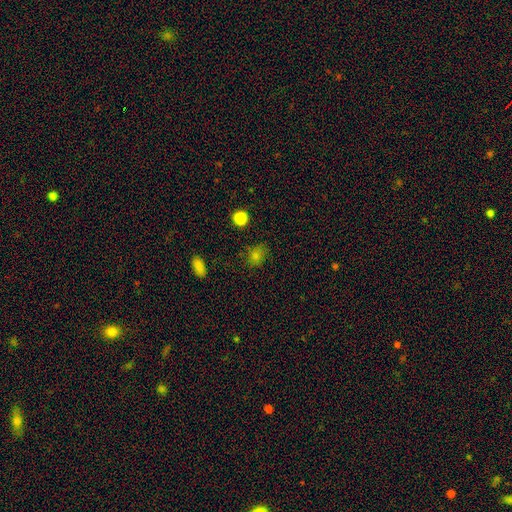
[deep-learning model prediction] A smooth galaxy with no disk features (74%) that is round (57%).

Vote fractions:
- Smooth or featured? smooth: 74% / star or artifact: 19% / featured or disk: 7%
- How rounded? round: 57% / in between: 42% / cigar-shaped: 2%
- Merging? none: 81% / minor disturbance: 14% / major disturbance: 4% / merger: 2%